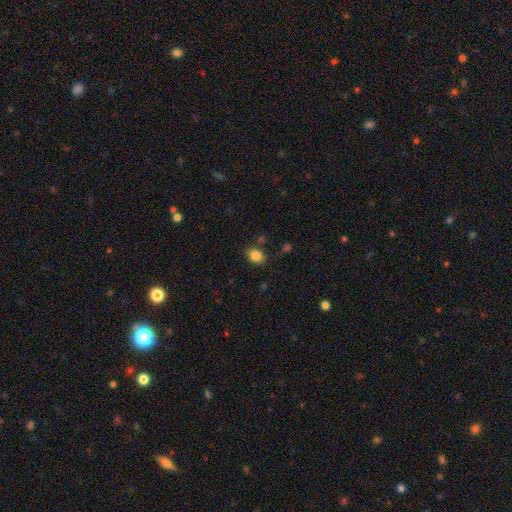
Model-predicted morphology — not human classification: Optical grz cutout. It shows a smooth galaxy with no disk features (85%) that is in between round and cigar-shaped (58%). Merging: none (80%).